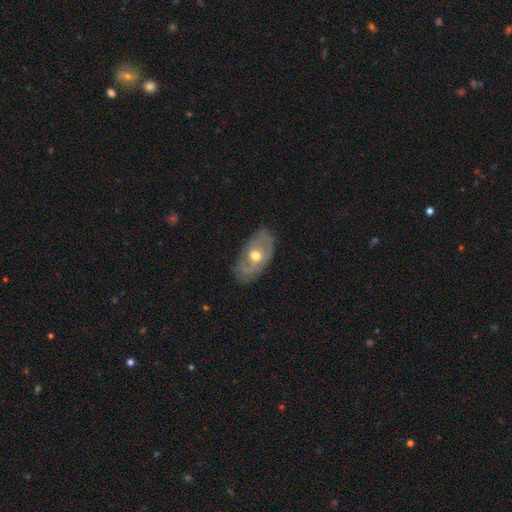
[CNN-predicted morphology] This is likely a featured or disk galaxy (60%). It is clearly not viewed edge-on (90%). Bar: likely no (72%). Spiral arm pattern: possibly yes (51%). Central bulge: likely moderate (77%). Merging: likely none (73%).